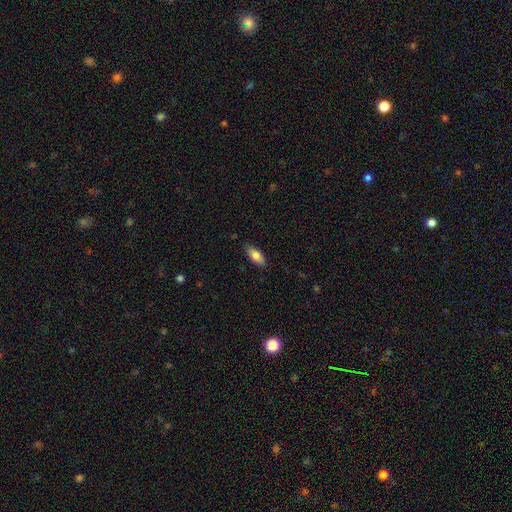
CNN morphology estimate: Smooth or featured?
  - smooth: 78% *
  - featured or disk: 16%
  - star or artifact: 7%
How rounded?
  - in between: 79% *
  - cigar-shaped: 19%
  - round: 2%
Merging?
  - none: 85% *
  - minor disturbance: 12%
  - major disturbance: 2%
  - merger: 1%